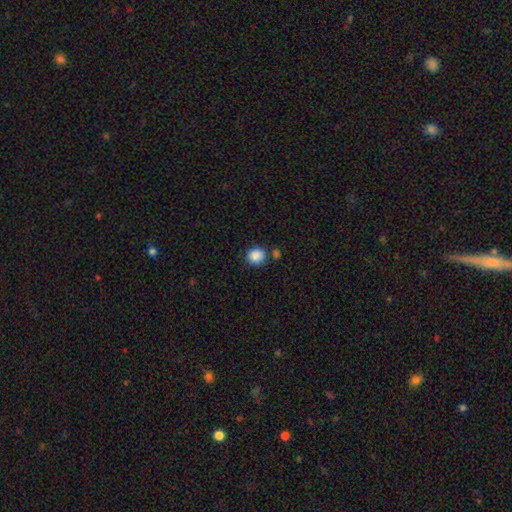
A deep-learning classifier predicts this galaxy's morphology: smooth-or-featured: smooth: 88% | star or artifact: 9% | featured or disk: 3%
  how-rounded: round: 83% | in between: 16% | cigar-shaped: 1%
  merging: none: 79% | minor disturbance: 10% | merger: 8% | major disturbance: 3%